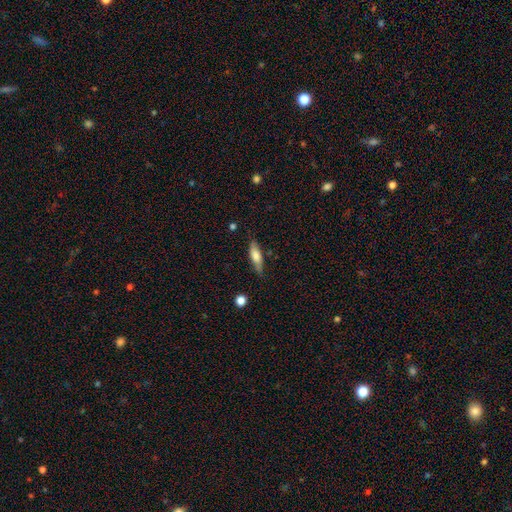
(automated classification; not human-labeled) Smooth or featured? smooth (70%)
How rounded? cigar-shaped (57%)
Merging? none (78%)